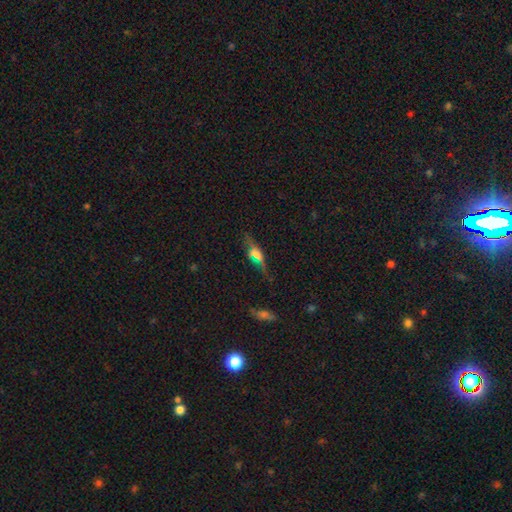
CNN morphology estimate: Smooth or featured?
  - featured or disk: 44% *
  - smooth: 40%
  - star or artifact: 16%
Merging?
  - none: 72% *
  - minor disturbance: 18%
  - major disturbance: 7%
  - merger: 3%